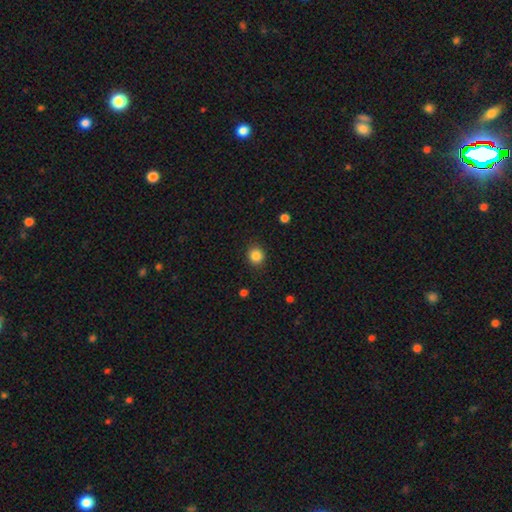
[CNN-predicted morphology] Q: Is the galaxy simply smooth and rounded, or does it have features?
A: smooth — 85%.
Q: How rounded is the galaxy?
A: round — 86%.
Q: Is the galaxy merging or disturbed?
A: none — 89%.